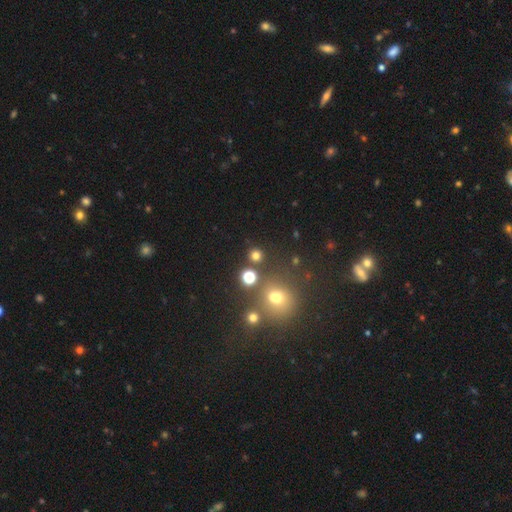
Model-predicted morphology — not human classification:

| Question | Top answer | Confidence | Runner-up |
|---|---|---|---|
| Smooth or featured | smooth | 72% | star or artifact (22%) |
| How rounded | round | 91% | in between (8%) |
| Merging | none | 82% | merger (8%) |